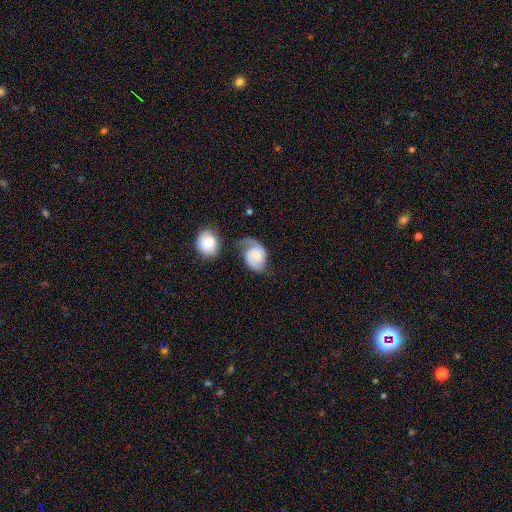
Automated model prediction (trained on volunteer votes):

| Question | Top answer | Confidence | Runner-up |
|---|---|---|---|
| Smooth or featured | featured or disk | 54% | smooth (39%) |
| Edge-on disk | no | 97% | yes (3%) |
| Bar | no | 71% | weak (24%) |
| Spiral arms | yes | 87% | no (13%) |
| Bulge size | small | 42% | moderate (40%) |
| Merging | none | 32% | minor disturbance (27%) |